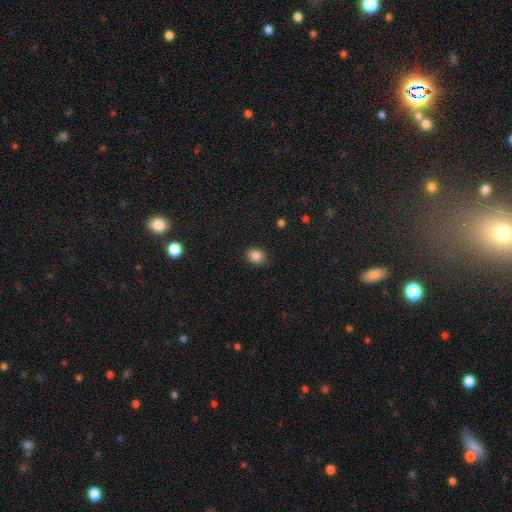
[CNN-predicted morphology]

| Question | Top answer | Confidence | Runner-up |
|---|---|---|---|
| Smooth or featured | smooth | 86% | star or artifact (10%) |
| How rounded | round | 58% | in between (42%) |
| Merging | none | 90% | minor disturbance (7%) |